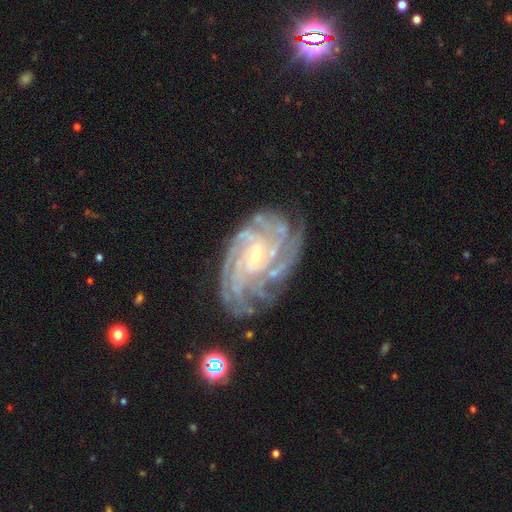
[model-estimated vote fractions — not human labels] smooth-or-featured: featured or disk: 90% | star or artifact: 6% | smooth: 4%
  disk-edge-on: no: 97% | yes: 3%
    bar: no: 45% | weak: 42% | strong: 13%
    has-spiral-arms: yes: 98% | no: 2%
      spiral-winding: tight: 73% | medium: 23% | loose: 4%
      spiral-arm-count: 4: 29% | more than 4: 28% | can't tell: 19% | 3: 10% | 2: 7% | 1: 7%
    bulge-size: small: 74% | moderate: 22% | none: 2% | large: 1% | dominant: 1%
  merging: none: 75% | minor disturbance: 17% | major disturbance: 6% | merger: 2%